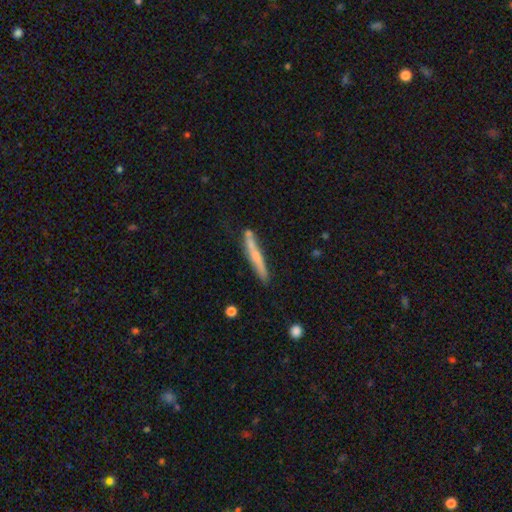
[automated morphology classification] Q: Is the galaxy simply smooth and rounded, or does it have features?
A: smooth — 51%.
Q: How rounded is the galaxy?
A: cigar-shaped — 95%.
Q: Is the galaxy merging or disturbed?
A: none — 74%.